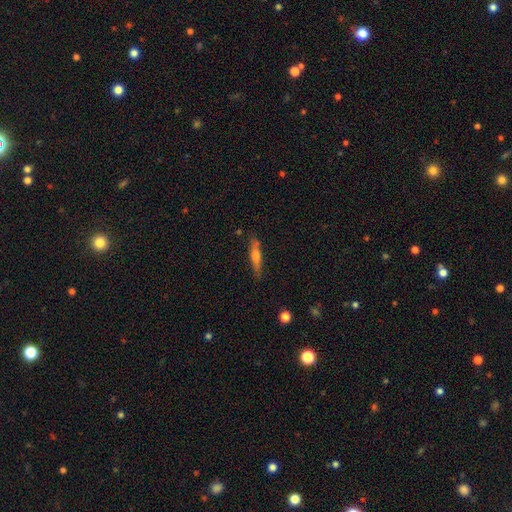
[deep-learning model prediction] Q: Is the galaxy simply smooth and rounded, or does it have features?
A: smooth — 53%.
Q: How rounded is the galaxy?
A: cigar-shaped — 86%.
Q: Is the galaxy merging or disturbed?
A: none — 82%.